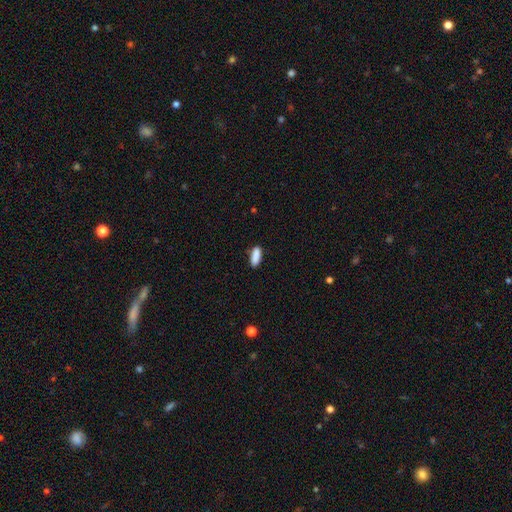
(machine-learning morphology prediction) Smooth or featured?
  - smooth: 88% *
  - star or artifact: 7%
  - featured or disk: 5%
How rounded?
  - in between: 61% *
  - cigar-shaped: 37%
  - round: 2%
Merging?
  - none: 83% *
  - minor disturbance: 12%
  - major disturbance: 2%
  - merger: 2%